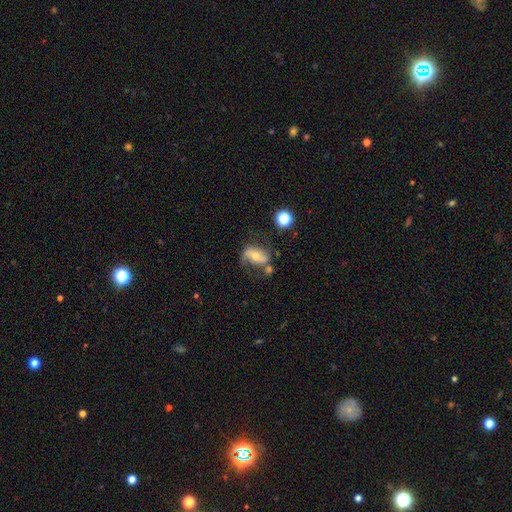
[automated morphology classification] Smooth or featured?
  - featured or disk: 65% *
  - smooth: 26%
  - star or artifact: 9%
Edge-on disk?
  - no: 94% *
  - yes: 6%
Bar?
  - no: 42% *
  - weak: 29%
  - strong: 29%
Spiral arms?
  - yes: 84% *
  - no: 16%
Spiral winding?
  - loose: 59% *
  - medium: 30%
  - tight: 11%
Spiral arm count?
  - 2: 77% *
  - 1: 14%
  - can't tell: 7%
  - 3: 1%
  - 4: 1%
  - more than 4: 1%
Bulge size?
  - moderate: 56% *
  - small: 37%
  - large: 4%
  - none: 2%
  - dominant: 1%
Merging?
  - none: 49% *
  - minor disturbance: 22%
  - major disturbance: 17%
  - merger: 12%